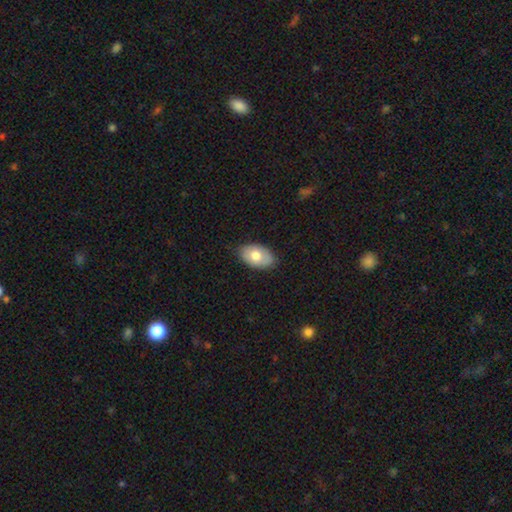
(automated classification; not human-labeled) Morphology: type=smooth (70%); roundness=in between (91%); merging=none (82%).